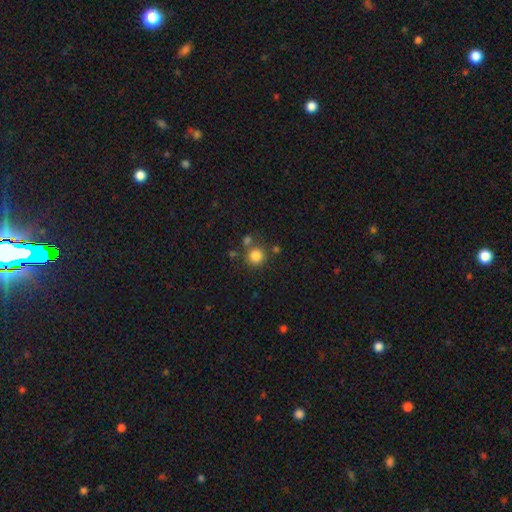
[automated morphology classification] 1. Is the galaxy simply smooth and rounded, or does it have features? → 83% smooth, 12% star or artifact, 6% featured or disk.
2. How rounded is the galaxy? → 93% round, 6% in between, 1% cigar-shaped.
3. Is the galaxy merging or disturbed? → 74% none, 13% merger, 9% minor disturbance, 4% major disturbance.